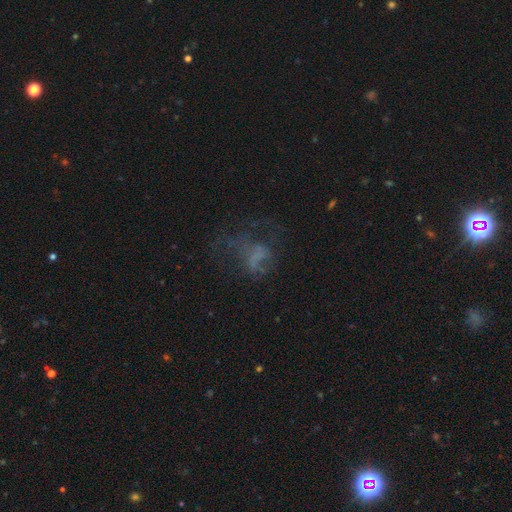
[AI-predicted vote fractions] This appears to be a featured or disk galaxy (42%). Merging: major disturbance (44%).